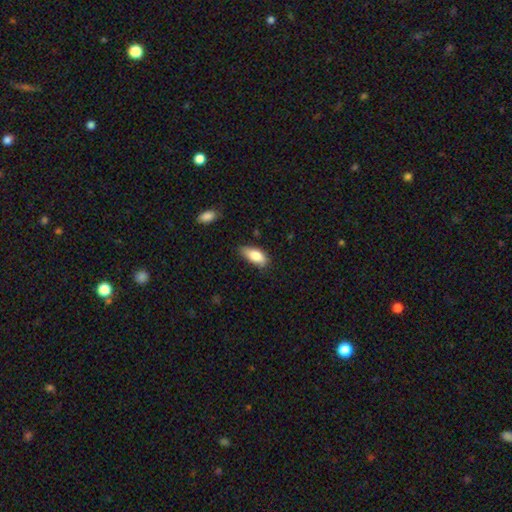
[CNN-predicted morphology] smooth-or-featured: smooth: 83% | featured or disk: 10% | star or artifact: 7%
  how-rounded: in between: 86% | cigar-shaped: 12% | round: 3%
  merging: none: 60% | minor disturbance: 32% | major disturbance: 6% | merger: 2%